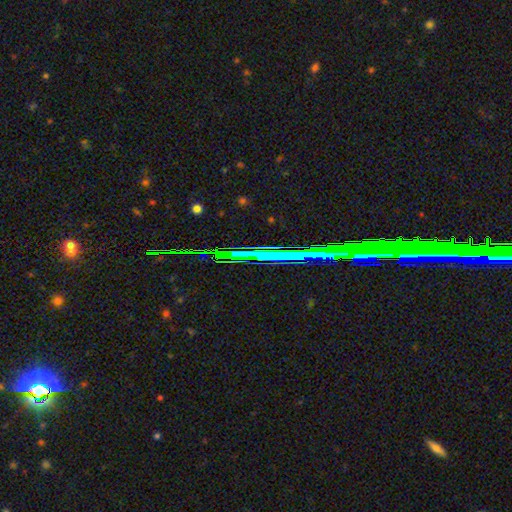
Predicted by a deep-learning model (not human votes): A star or artifact, not a galaxy (72%).